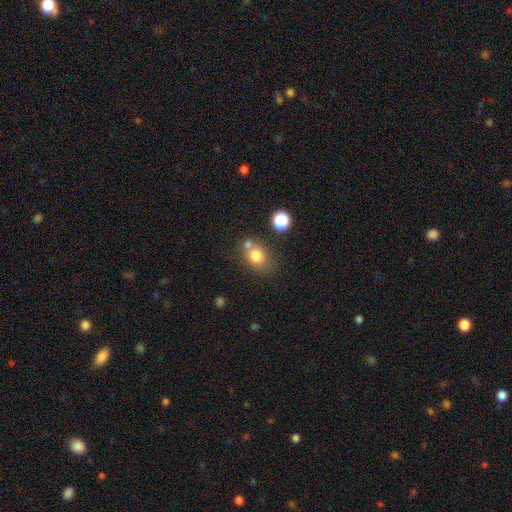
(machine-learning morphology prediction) Smooth or featured?
  - smooth: 76% *
  - featured or disk: 12%
  - star or artifact: 12%
How rounded?
  - round: 51% *
  - in between: 47%
  - cigar-shaped: 1%
Merging?
  - none: 54% *
  - merger: 25%
  - minor disturbance: 15%
  - major disturbance: 6%